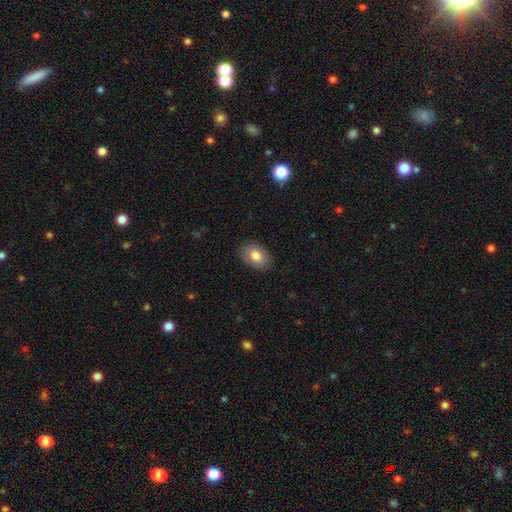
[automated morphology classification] A smooth galaxy with no disk features (80%) that is in between round and cigar-shaped (88%). Merging: none (86%).